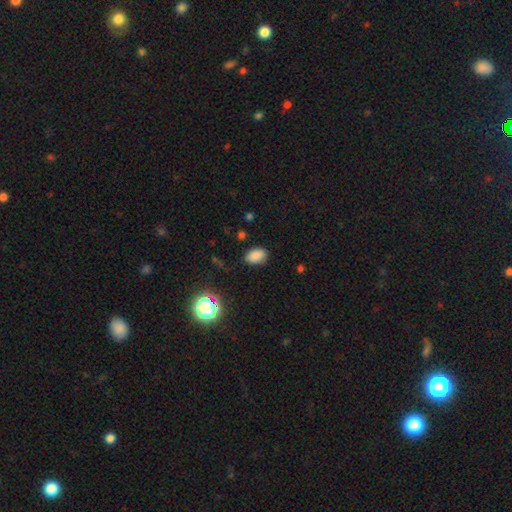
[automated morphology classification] A smooth galaxy with no disk features (83%) that is in between round and cigar-shaped (87%).

Vote fractions:
- Smooth or featured? smooth: 83% / star or artifact: 13% / featured or disk: 4%
- How rounded? in between: 87% / round: 12% / cigar-shaped: 1%
- Merging? none: 83% / minor disturbance: 13% / major disturbance: 3% / merger: 1%